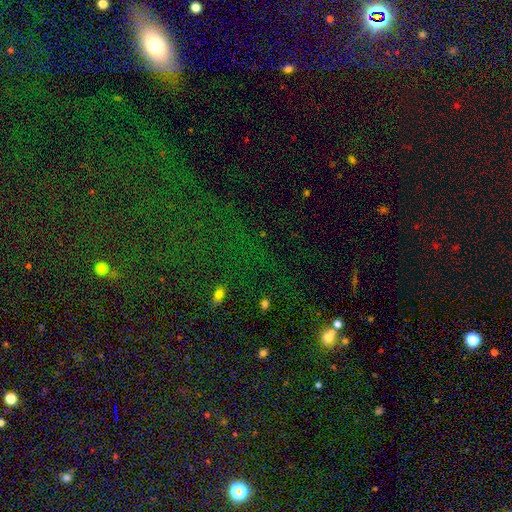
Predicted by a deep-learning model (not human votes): Smooth or featured? star or artifact (73%)